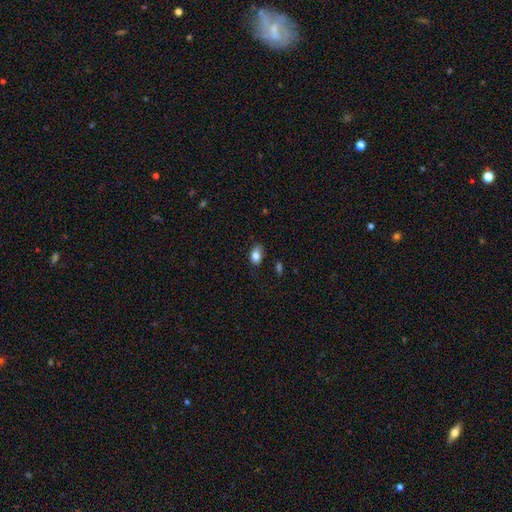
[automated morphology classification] smooth 83%, featured or disk 9%, star or artifact 9%. Down the decision tree: how rounded — in between (84%); merging — none (63%).